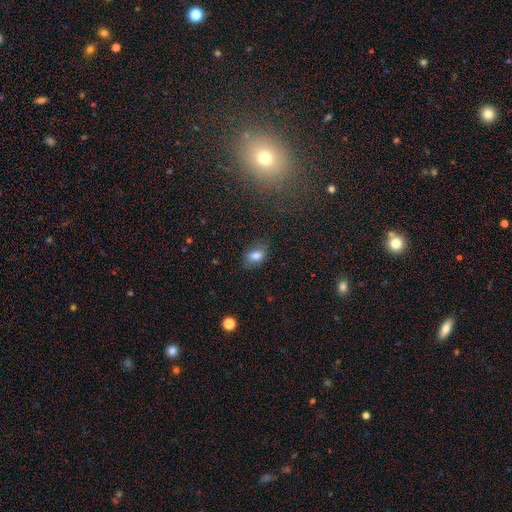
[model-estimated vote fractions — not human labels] smooth_or_featured: smooth (p=0.79) [alt: star or artifact p=0.11]
how_rounded: in between (p=0.81) [alt: round p=0.18]
merging: none (p=0.78) [alt: minor disturbance p=0.17]